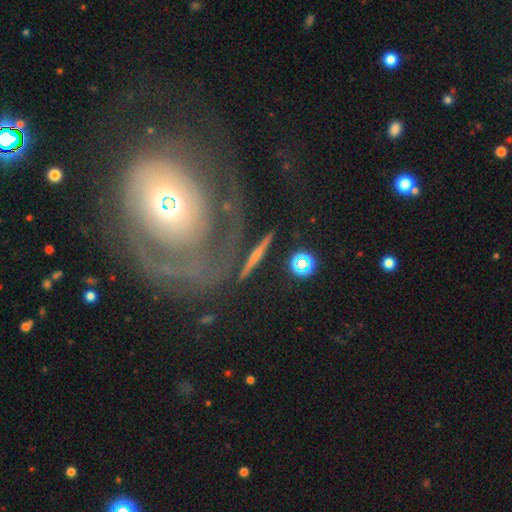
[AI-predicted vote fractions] smooth_or_featured: featured or disk (p=0.56) [alt: smooth p=0.33]
disk_edge_on: yes (p=0.88) [alt: no p=0.12]
merging: none (p=0.83) [alt: minor disturbance p=0.09]